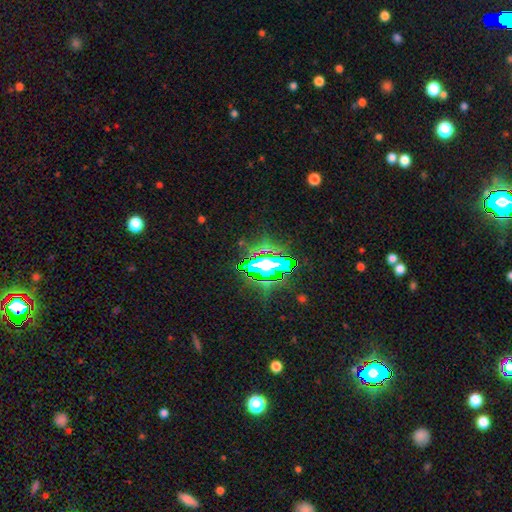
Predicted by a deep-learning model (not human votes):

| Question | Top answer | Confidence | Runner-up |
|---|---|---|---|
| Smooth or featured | star or artifact | 73% | smooth (14%) |